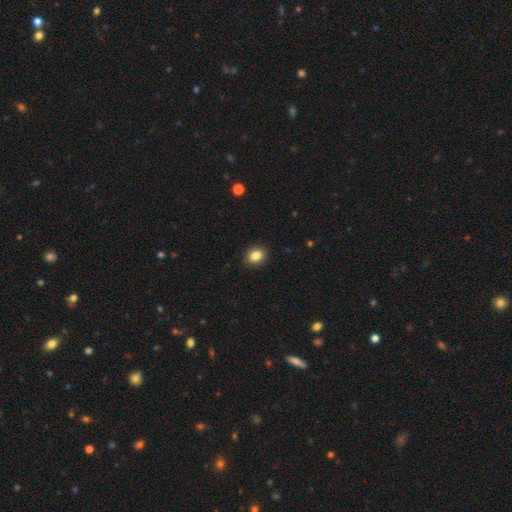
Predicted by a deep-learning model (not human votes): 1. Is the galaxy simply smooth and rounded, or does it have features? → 85% smooth, 9% star or artifact, 6% featured or disk.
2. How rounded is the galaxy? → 60% in between, 39% round, 1% cigar-shaped.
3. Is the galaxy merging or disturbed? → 90% none, 7% minor disturbance, 2% major disturbance, 1% merger.